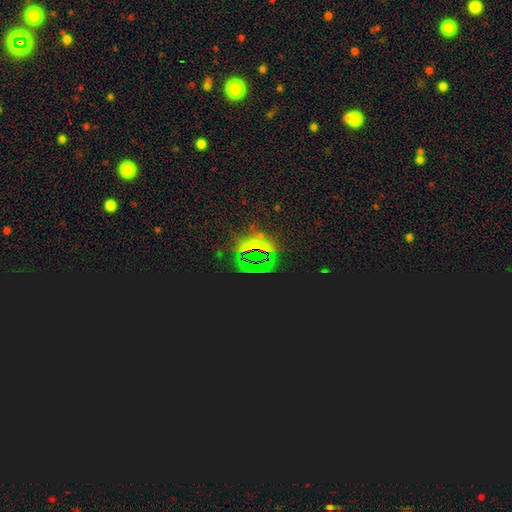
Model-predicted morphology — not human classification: A star or artifact, not a galaxy (81%).